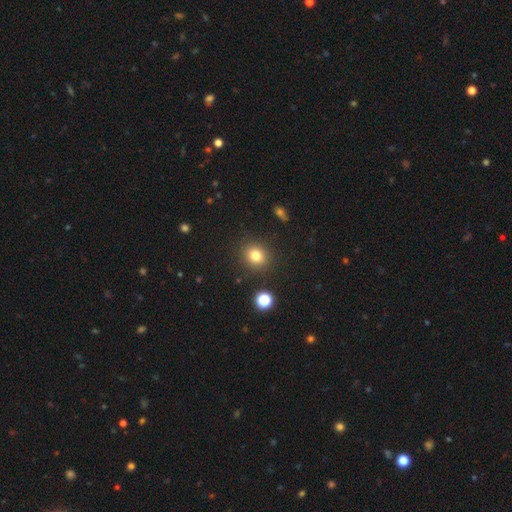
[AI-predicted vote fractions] Smooth or featured? smooth (80%)
How rounded? round (79%)
Merging? none (88%)